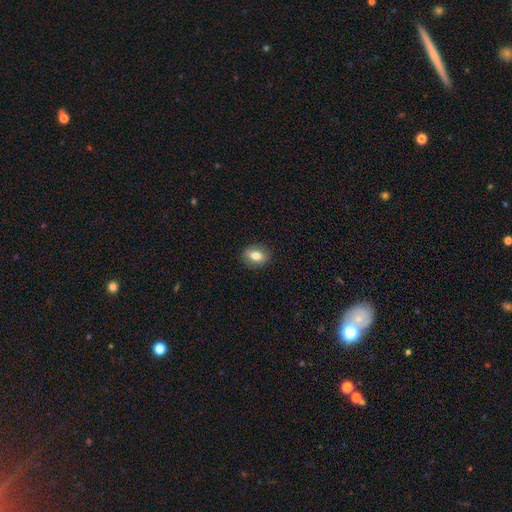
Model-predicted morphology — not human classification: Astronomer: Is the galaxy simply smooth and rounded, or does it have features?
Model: smooth — 78%.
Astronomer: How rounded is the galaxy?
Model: in between — 65%.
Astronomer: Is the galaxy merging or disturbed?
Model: none — 87%.